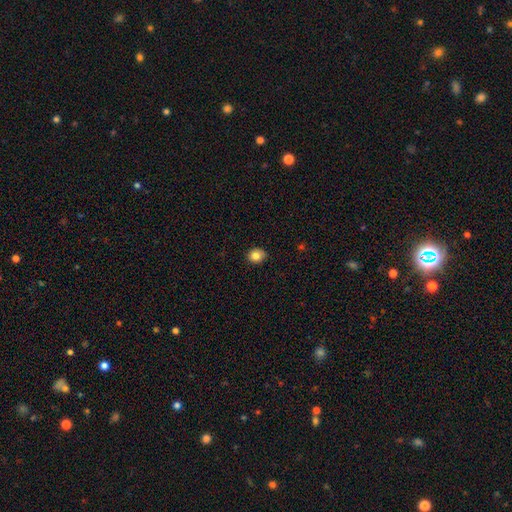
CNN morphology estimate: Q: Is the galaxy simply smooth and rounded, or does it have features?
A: smooth — 83%.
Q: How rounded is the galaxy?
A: round — 68%.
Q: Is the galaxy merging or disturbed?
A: none — 84%.